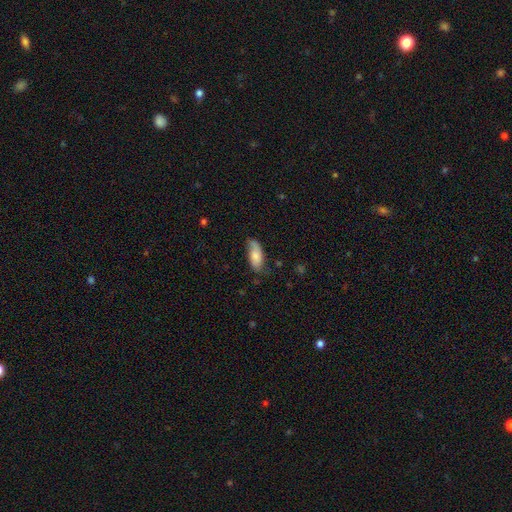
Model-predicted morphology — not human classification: smooth 70%, featured or disk 24%, star or artifact 6%. Down the decision tree: how rounded — in between (85%); merging — none (57%).